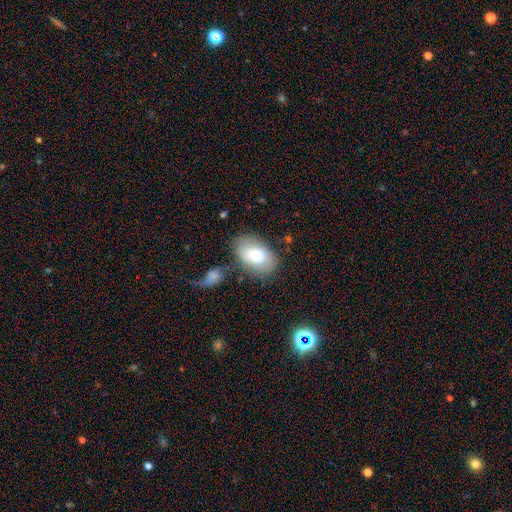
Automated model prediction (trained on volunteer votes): The model was most divided on "merging": none: 65%, minor disturbance: 19%, merger: 9%, major disturbance: 7%. More confident: how rounded — in between (91%); smooth or featured — smooth (72%).